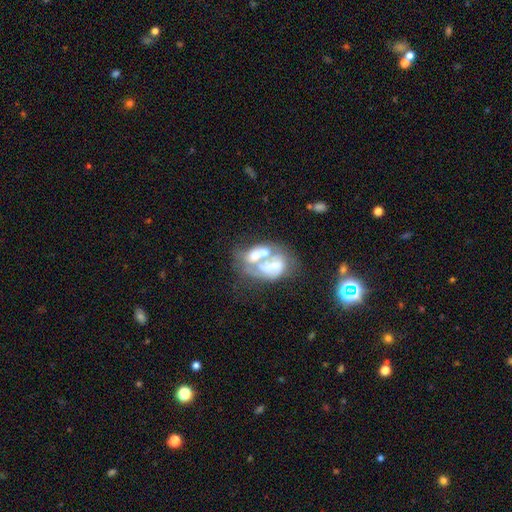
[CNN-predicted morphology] Smooth or featured: featured or disk — 61% (smooth — 29%)
Edge-on disk: no — 97% (yes — 3%)
Bar: no — 81% (weak — 13%)
Spiral arms: no — 76% (yes — 24%)
Bulge size: moderate — 42% (small — 23%)
Merging: merger — 68% (major disturbance — 14%)